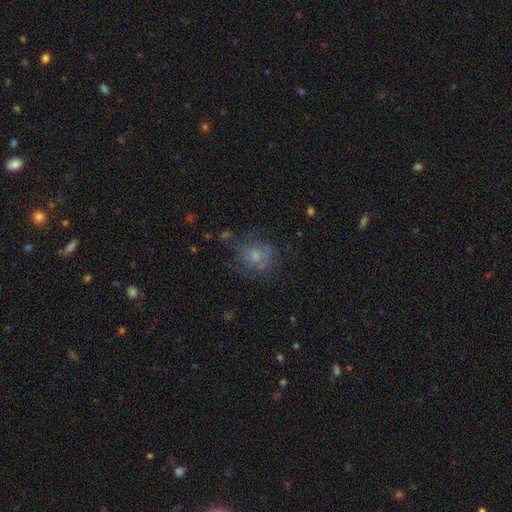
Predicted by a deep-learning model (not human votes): smooth-or-featured: smooth: 52% | featured or disk: 32% | star or artifact: 16%
  how-rounded: round: 74% | in between: 25% | cigar-shaped: 1%
  merging: none: 60% | minor disturbance: 22% | major disturbance: 15% | merger: 4%